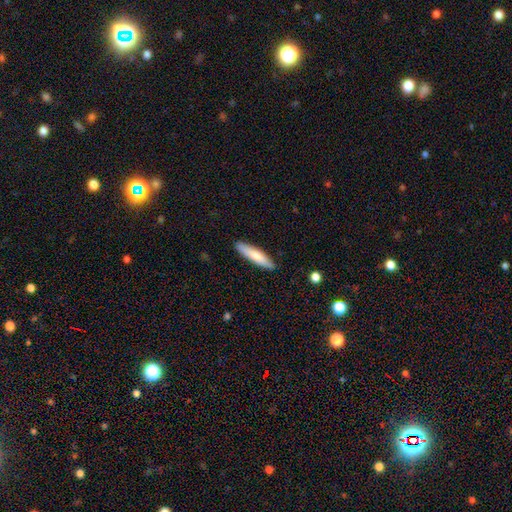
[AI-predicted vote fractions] Morphology: type=smooth (76%); roundness=cigar-shaped (80%); merging=none (89%).